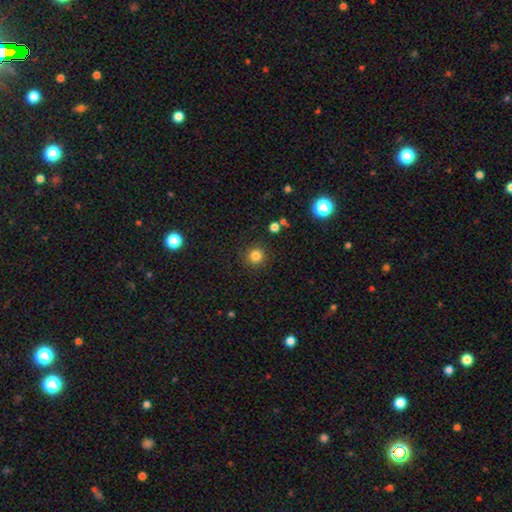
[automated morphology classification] smooth 82%, star or artifact 13%, featured or disk 5%. Down the decision tree: how rounded — round (93%); merging — none (89%).